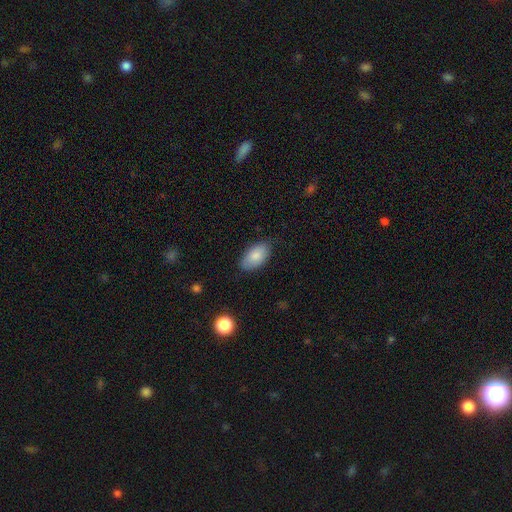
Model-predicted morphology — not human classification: smooth 84%, featured or disk 9%, star or artifact 6%. Down the decision tree: how rounded — in between (95%); merging — none (78%).